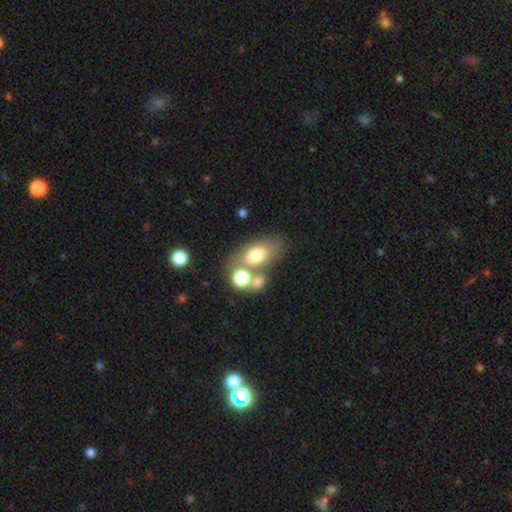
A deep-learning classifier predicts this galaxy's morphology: smooth_or_featured: smooth (p=0.69) [alt: featured or disk p=0.20]
how_rounded: in between (p=0.81) [alt: round p=0.16]
merging: none (p=0.47) [alt: merger p=0.33]